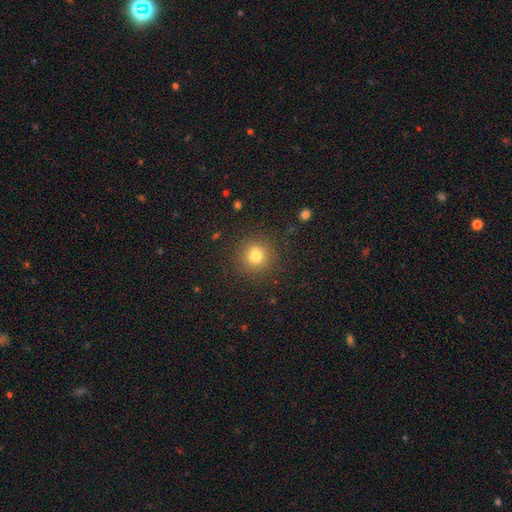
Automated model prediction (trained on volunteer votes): A smooth galaxy with no disk features (76%) that is round (92%).

Vote fractions:
- Smooth or featured? smooth: 76% / star or artifact: 15% / featured or disk: 8%
- How rounded? round: 92% / in between: 7% / cigar-shaped: 1%
- Merging? none: 83% / minor disturbance: 9% / merger: 5% / major disturbance: 3%